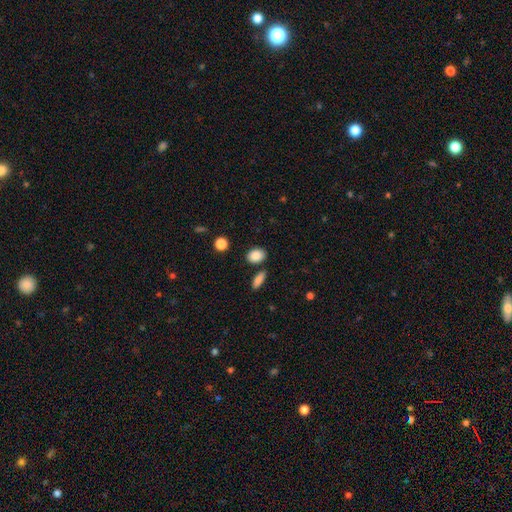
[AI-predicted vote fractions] Smooth or featured? Predicted: smooth (p=0.88). How rounded? Predicted: in between (p=0.72). Merging? Predicted: none (p=0.82).